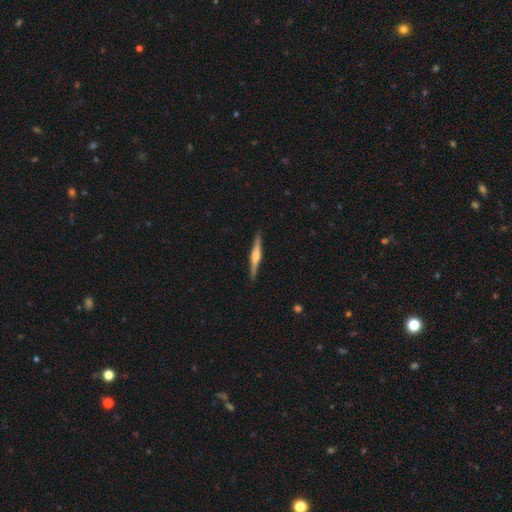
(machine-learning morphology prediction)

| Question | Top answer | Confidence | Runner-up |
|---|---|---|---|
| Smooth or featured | featured or disk | 72% | smooth (23%) |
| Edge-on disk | yes | 98% | no (2%) |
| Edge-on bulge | rounded | 71% | boxy (22%) |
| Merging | none | 92% | minor disturbance (6%) |